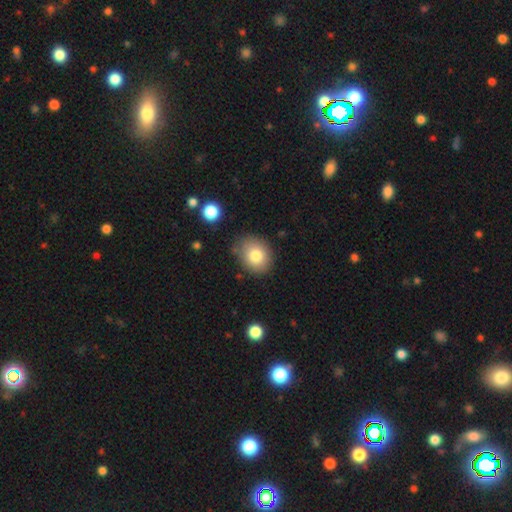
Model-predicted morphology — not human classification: A smooth galaxy with no disk features (80%) that is round (51%).

Vote fractions:
- Smooth or featured? smooth: 80% / featured or disk: 11% / star or artifact: 10%
- How rounded? round: 51% / in between: 48% / cigar-shaped: 1%
- Merging? none: 80% / minor disturbance: 14% / major disturbance: 3% / merger: 3%